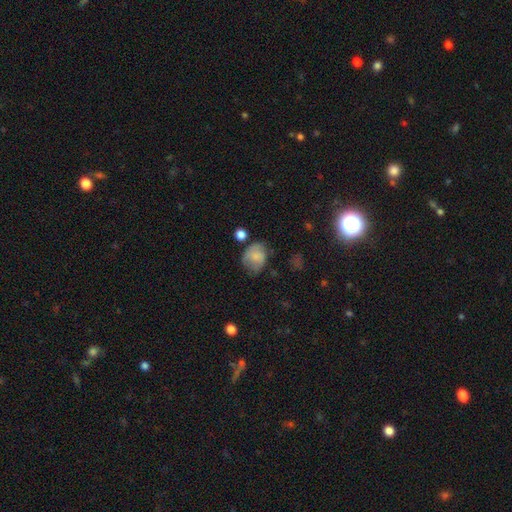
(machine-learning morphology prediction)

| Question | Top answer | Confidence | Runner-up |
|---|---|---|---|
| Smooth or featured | smooth | 74% | featured or disk (17%) |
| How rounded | in between | 50% | round (49%) |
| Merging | none | 48% | minor disturbance (33%) |